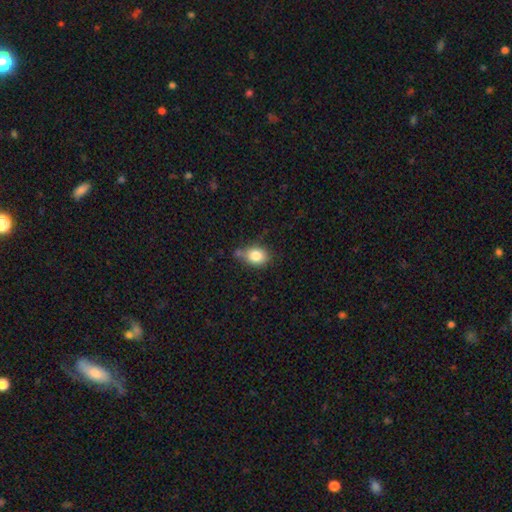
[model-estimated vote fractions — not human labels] Overall: smooth (82%). How rounded: in between (58%; round 41%). Merging: none (60%; minor disturbance 25%).